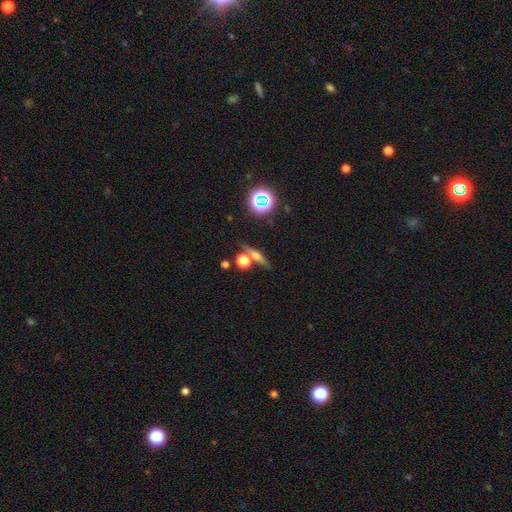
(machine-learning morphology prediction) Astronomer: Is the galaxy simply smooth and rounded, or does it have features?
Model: featured or disk — 50% (runner-up: smooth, 34%).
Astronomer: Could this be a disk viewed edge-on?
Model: yes — 90%.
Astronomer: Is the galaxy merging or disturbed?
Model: none — 74%.